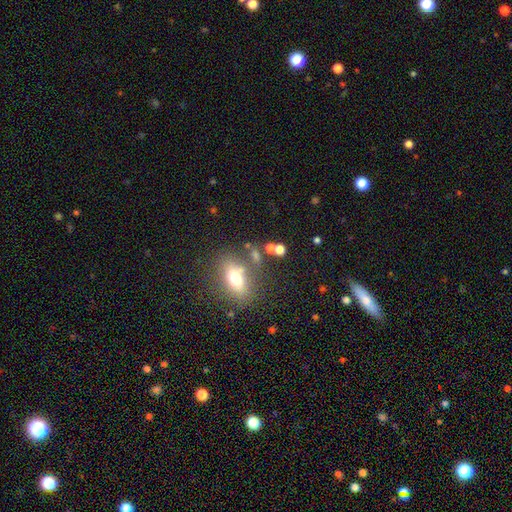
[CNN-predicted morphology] This is possibly a smooth galaxy (58%). How rounded: likely in between (64%). Merging: likely none (64%).